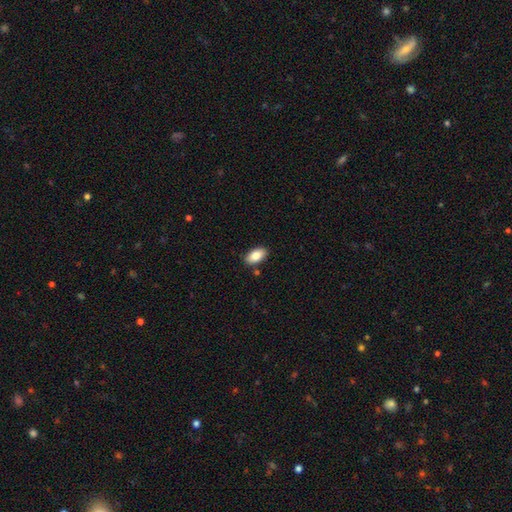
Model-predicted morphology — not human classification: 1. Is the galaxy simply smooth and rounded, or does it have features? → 85% smooth, 8% featured or disk, 7% star or artifact.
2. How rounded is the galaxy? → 94% in between, 4% round, 3% cigar-shaped.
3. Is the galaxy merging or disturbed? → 85% none, 9% minor disturbance, 3% merger, 2% major disturbance.